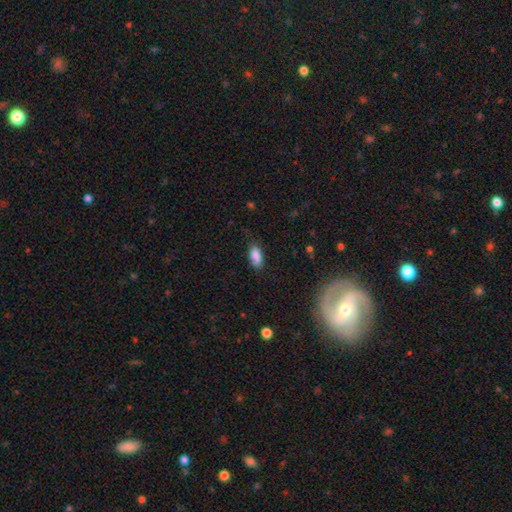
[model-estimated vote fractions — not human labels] This is clearly a smooth galaxy (87%). How rounded: clearly in between (89%). Merging: likely none (73%).